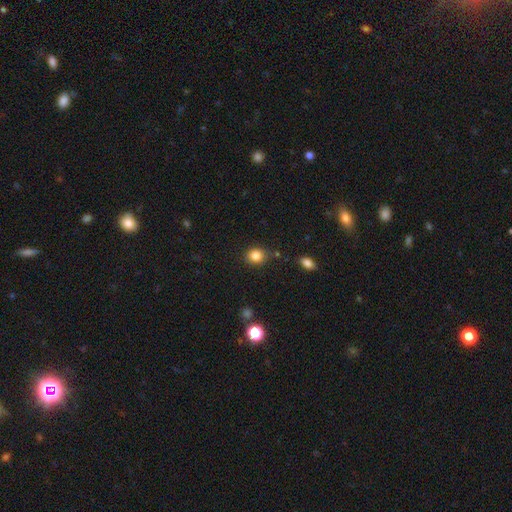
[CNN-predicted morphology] smooth 84%, star or artifact 11%, featured or disk 5%. Down the decision tree: how rounded — round (72%); merging — none (79%).